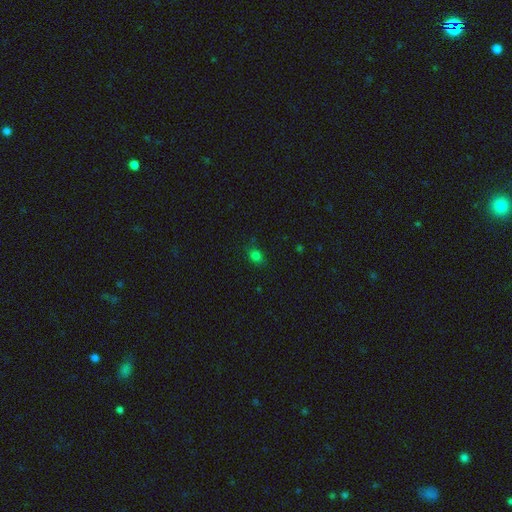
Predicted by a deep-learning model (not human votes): smooth-or-featured: smooth: 76% | star or artifact: 19% | featured or disk: 5%
  how-rounded: in between: 54% | round: 45% | cigar-shaped: 2%
  merging: none: 79% | minor disturbance: 16% | major disturbance: 4% | merger: 2%